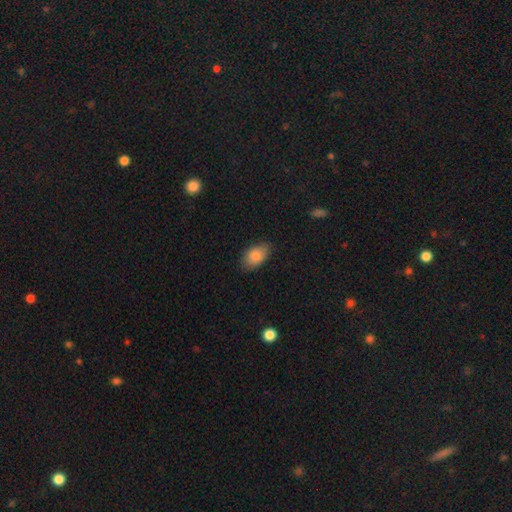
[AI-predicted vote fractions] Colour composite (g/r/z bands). It shows a smooth galaxy with no disk features (85%) that is in between round and cigar-shaped (92%). Merging: none (82%).